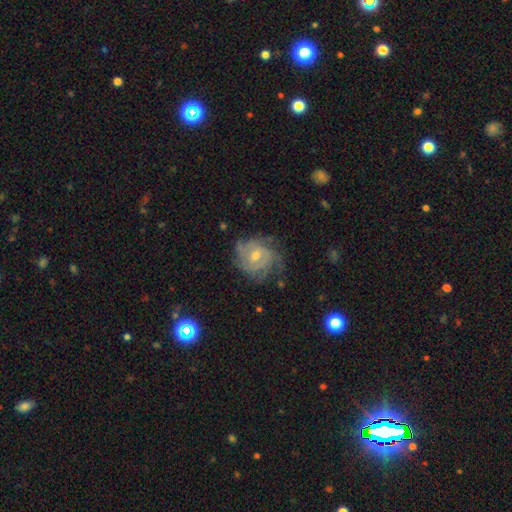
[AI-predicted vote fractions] This appears to be a featured or disk galaxy (79%) with no bar (55%), tight (63%) spiral arms (92%) and a moderate central bulge (53%). Merging: none (65%).